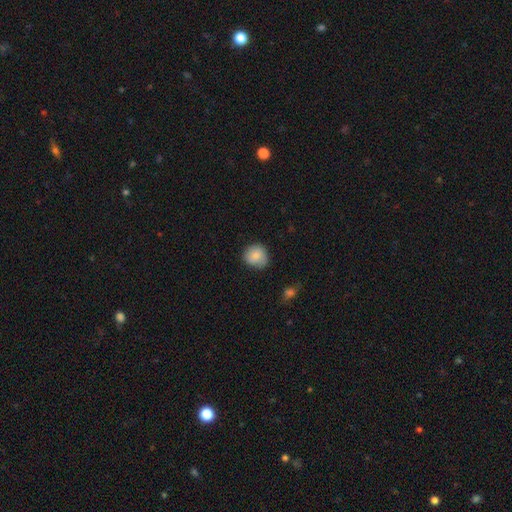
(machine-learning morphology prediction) Smooth or featured? Predicted: smooth (p=0.84). How rounded? Predicted: round (p=0.86). Merging? Predicted: none (p=0.77).